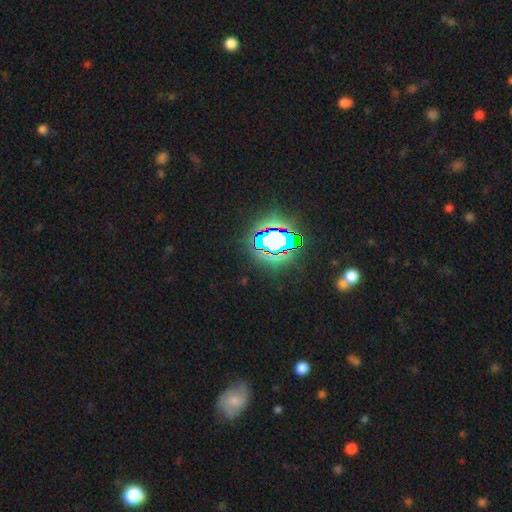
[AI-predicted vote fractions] A star or artifact, not a galaxy (83%).

Vote fractions:
- Smooth or featured? star or artifact: 83% / smooth: 11% / featured or disk: 6%